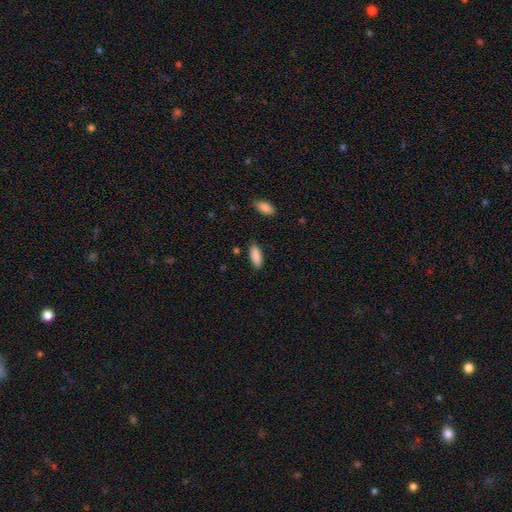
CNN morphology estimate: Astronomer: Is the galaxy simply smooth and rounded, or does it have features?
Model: smooth — 89%.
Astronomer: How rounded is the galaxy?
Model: in between — 77%.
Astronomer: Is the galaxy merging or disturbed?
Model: none — 84%.